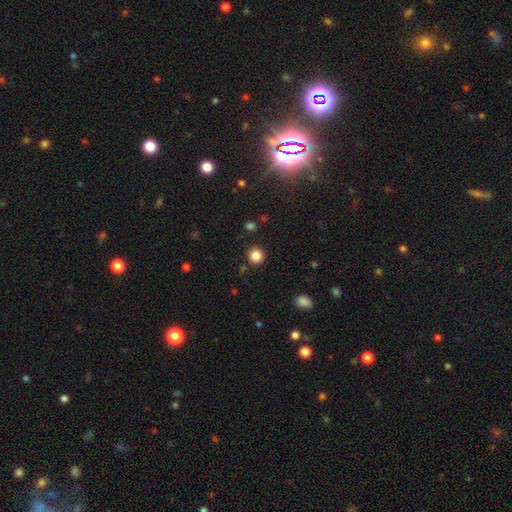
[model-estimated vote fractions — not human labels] Overall: smooth (85%). How rounded: round (94%). Merging: none (91%).